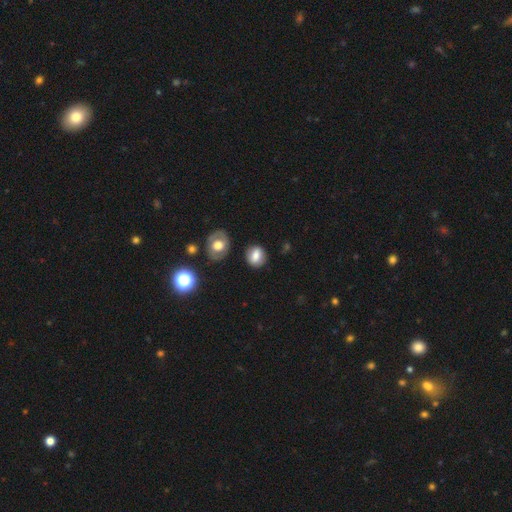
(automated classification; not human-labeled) Q: Smooth or featured?
A: smooth (76%); runner-up: featured or disk (15%)
Q: How rounded?
A: round (57%); runner-up: in between (42%)
Q: Merging?
A: none (82%); runner-up: minor disturbance (11%)